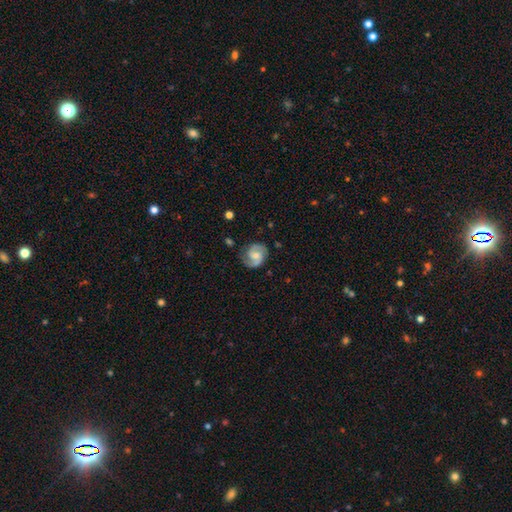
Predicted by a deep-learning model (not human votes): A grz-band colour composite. It shows a featured or disk galaxy (82%) with no bar (45%, tied with weak), 2 (90%) medium (51%) spiral arms (96%) and a moderate central bulge (49%). Merging: none (78%).